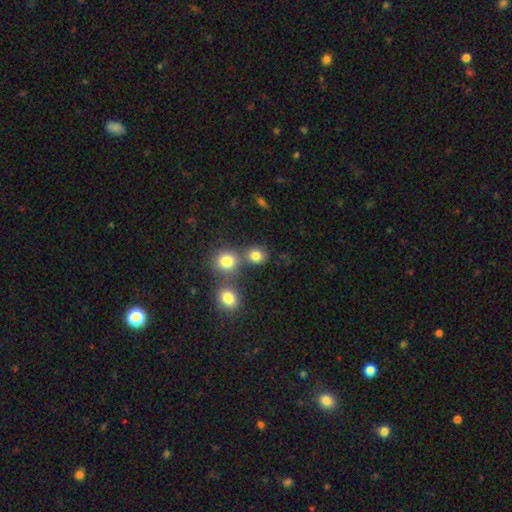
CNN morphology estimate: This appears to be a smooth galaxy with no disk features (80%) that is round (76%). Merging: none (65%).